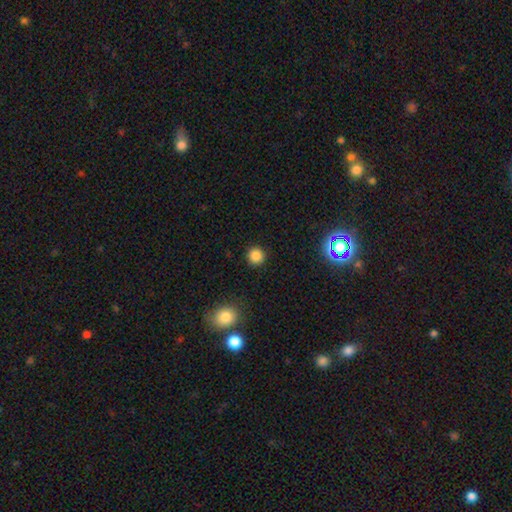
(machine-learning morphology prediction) type=smooth (85%); roundness=round (94%); merging=none (91%).